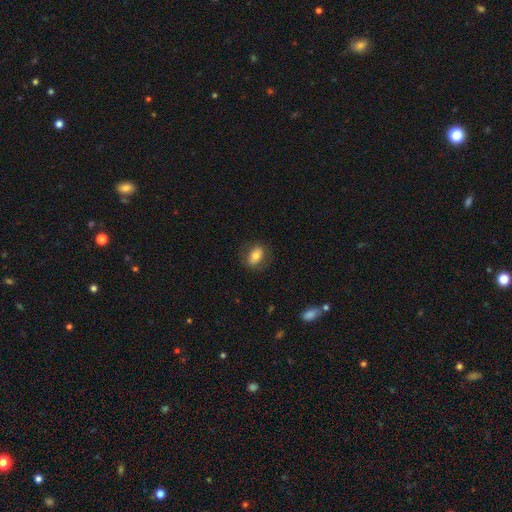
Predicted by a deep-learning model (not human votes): Overall: smooth (73%). How rounded: in between (79%). Merging: none (79%).